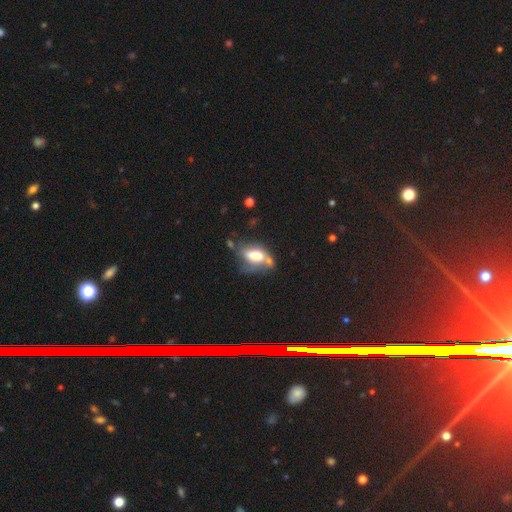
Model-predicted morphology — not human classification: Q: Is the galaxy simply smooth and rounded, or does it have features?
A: smooth — 57%.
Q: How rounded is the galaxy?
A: in between — 85%.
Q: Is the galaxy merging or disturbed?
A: none — 31%.